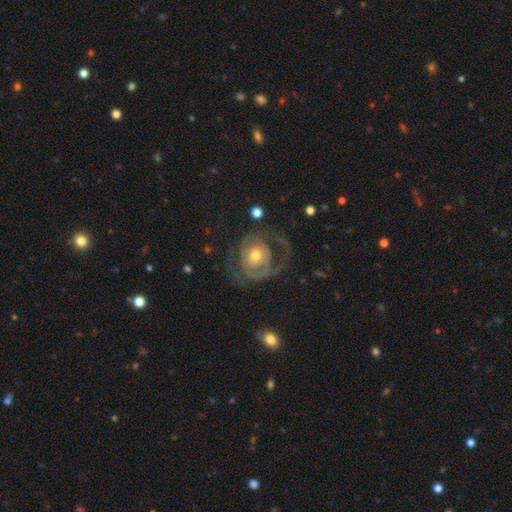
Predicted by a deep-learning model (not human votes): Smooth or featured? Predicted: featured or disk (p=0.73). Edge-on disk? Predicted: no (p=0.97). Bar? Predicted: no (p=0.78). Spiral arms? Predicted: yes (p=0.68). Bulge size? Predicted: moderate (p=0.62). Merging? Predicted: none (p=0.49).